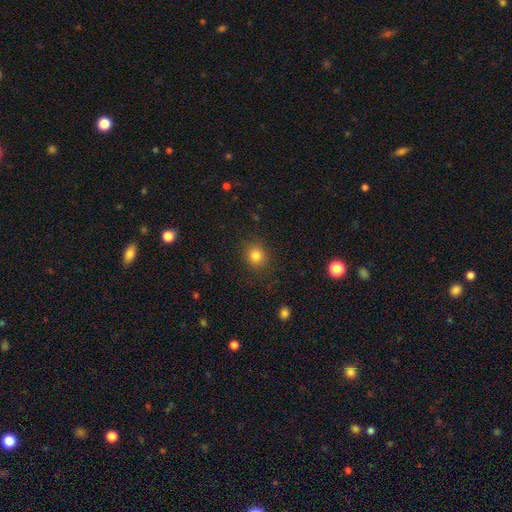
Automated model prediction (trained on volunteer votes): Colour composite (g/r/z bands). It shows a smooth galaxy with no disk features (82%) that is round (85%). Merging: none (87%).